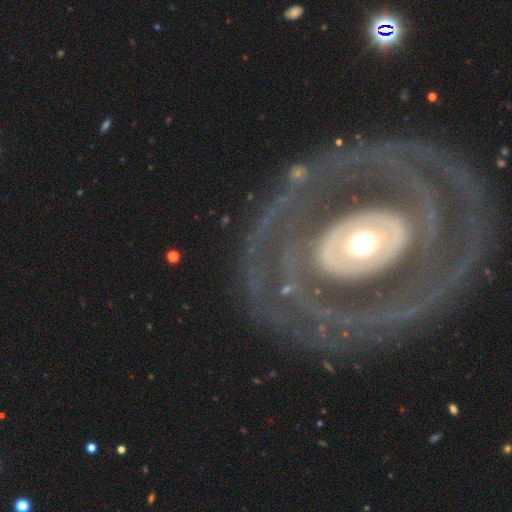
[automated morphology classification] type=featured or disk (80%); edge-on=no (95%); bar=no (74%); spiral arms=yes (61%); bulge=moderate (62%); merging=none (74%).